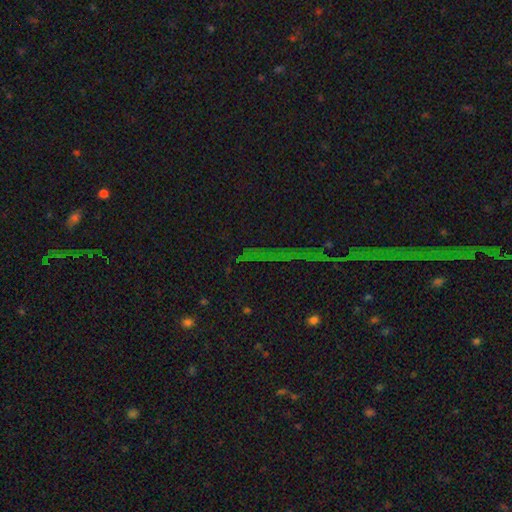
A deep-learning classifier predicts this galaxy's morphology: Smooth or featured? Predicted: star or artifact (p=0.77).